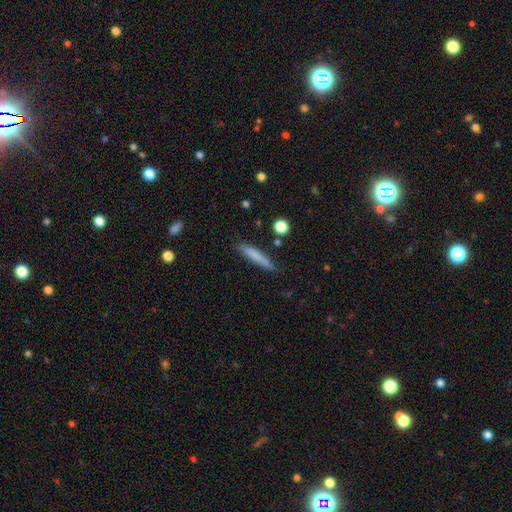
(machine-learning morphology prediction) Overall: smooth (75%). How rounded: cigar-shaped (91%). Merging: none (79%).